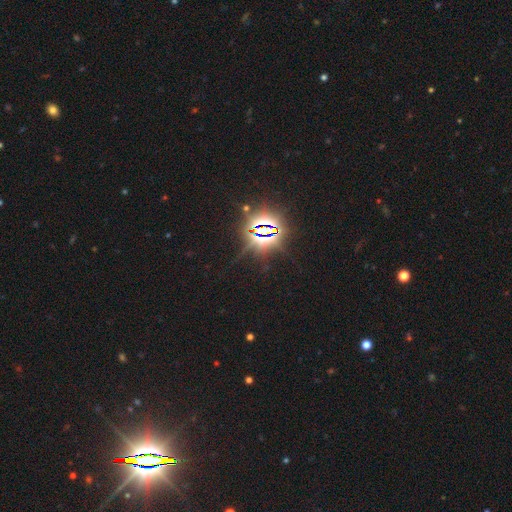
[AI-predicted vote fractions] A star or artifact, not a galaxy (86%).